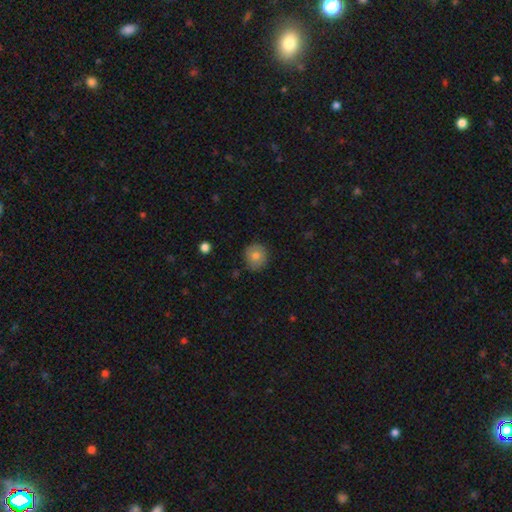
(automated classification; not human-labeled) smooth 76%, featured or disk 15%, star or artifact 9%. Down the decision tree: how rounded — round (88%); merging — none (84%).